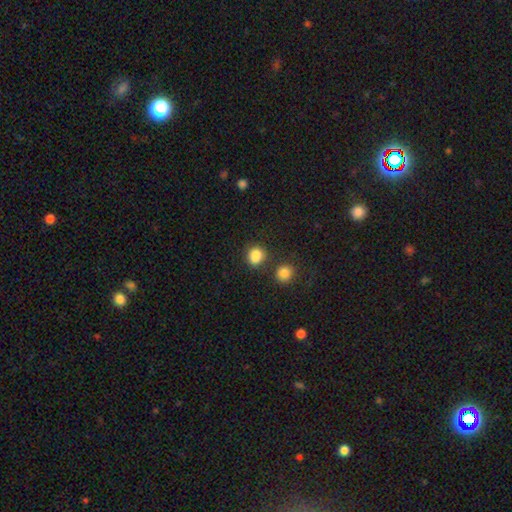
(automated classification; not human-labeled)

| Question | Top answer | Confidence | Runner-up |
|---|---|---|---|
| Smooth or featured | smooth | 86% | star or artifact (11%) |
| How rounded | round | 65% | in between (34%) |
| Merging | none | 70% | minor disturbance (13%) |